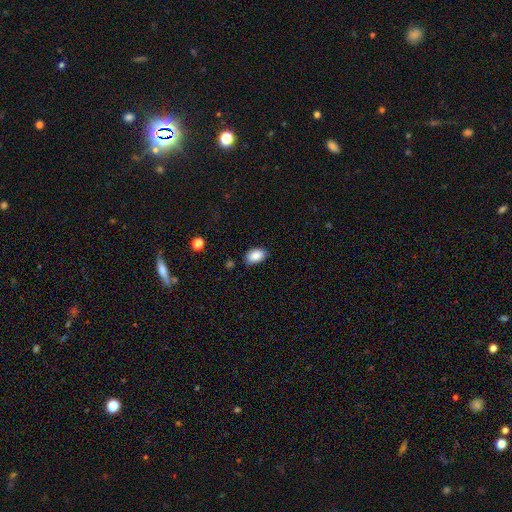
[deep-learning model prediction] Smooth or featured?
  - smooth: 88% *
  - star or artifact: 7%
  - featured or disk: 5%
How rounded?
  - in between: 93% *
  - round: 6%
  - cigar-shaped: 1%
Merging?
  - none: 82% *
  - minor disturbance: 14%
  - major disturbance: 2%
  - merger: 2%